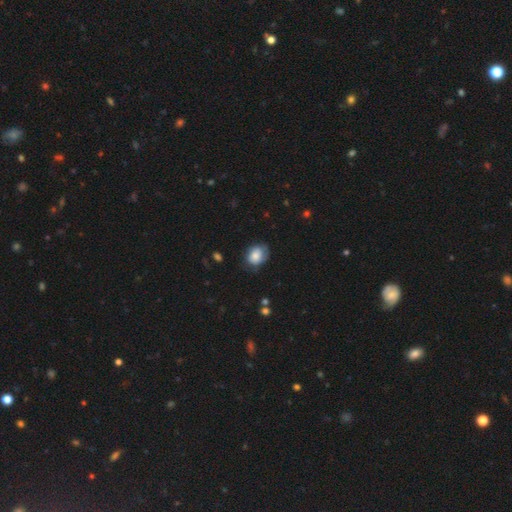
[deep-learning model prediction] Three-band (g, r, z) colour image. It shows a smooth galaxy with no disk features (77%) that is in between round and cigar-shaped (51%). Merging: none (64%).